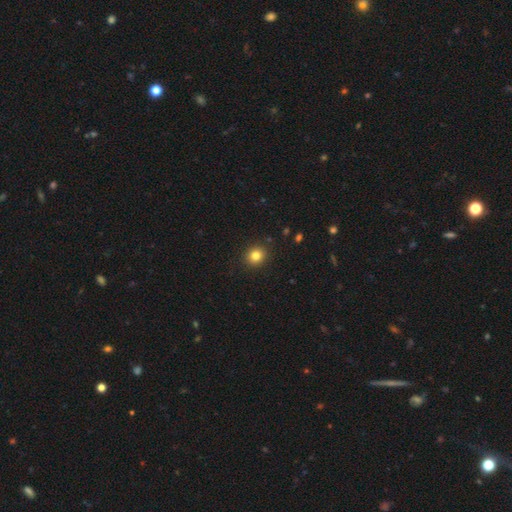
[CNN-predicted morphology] Smooth or featured?
  - smooth: 82% *
  - star or artifact: 12%
  - featured or disk: 7%
How rounded?
  - round: 80% *
  - in between: 19%
  - cigar-shaped: 1%
Merging?
  - none: 91% *
  - minor disturbance: 6%
  - major disturbance: 2%
  - merger: 1%